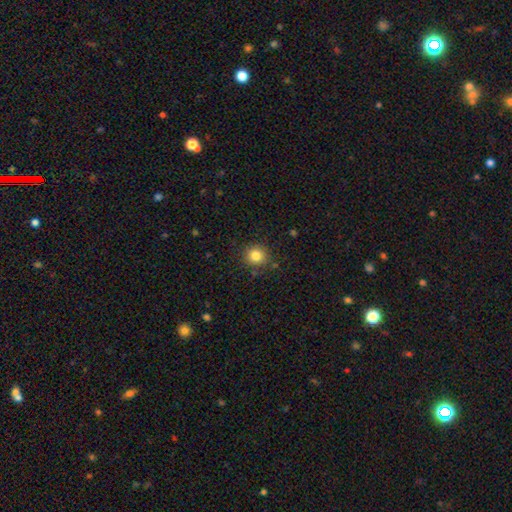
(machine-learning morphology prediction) type=smooth (83%); roundness=round (91%); merging=none (87%).